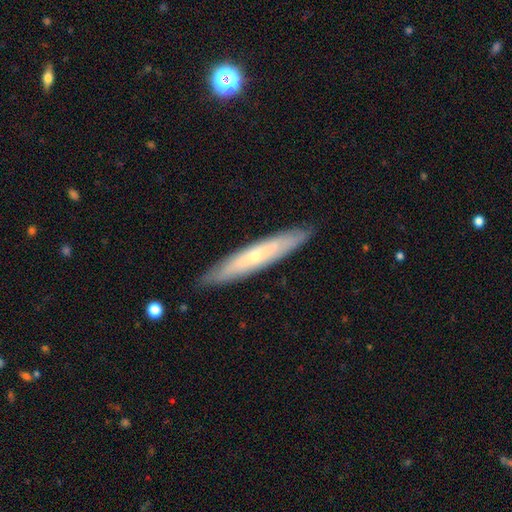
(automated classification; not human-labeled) This is possibly a featured or disk galaxy (48%). Merging: clearly none (88%).